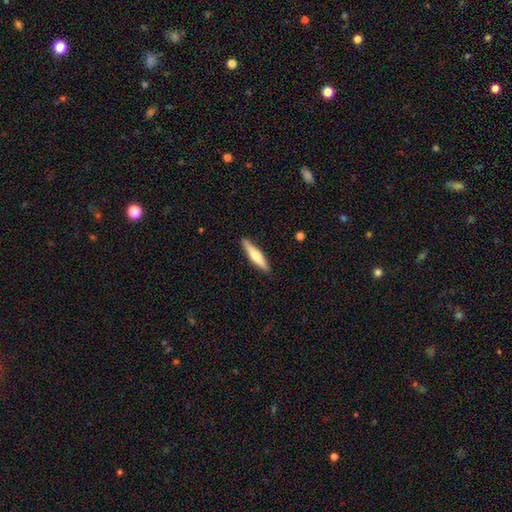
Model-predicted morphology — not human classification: smooth-or-featured: featured or disk: 48% | smooth: 47% | star or artifact: 5%
  merging: none: 90% | minor disturbance: 7% | major disturbance: 1% | merger: 1%